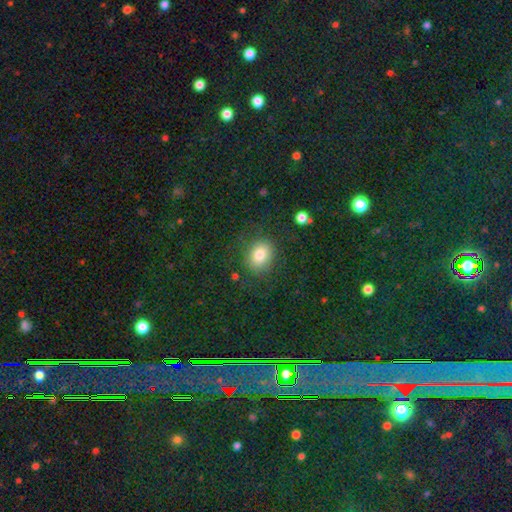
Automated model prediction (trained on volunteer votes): smooth 52%, star or artifact 41%, featured or disk 7%. Down the decision tree: how rounded — round (62%); merging — none (90%).